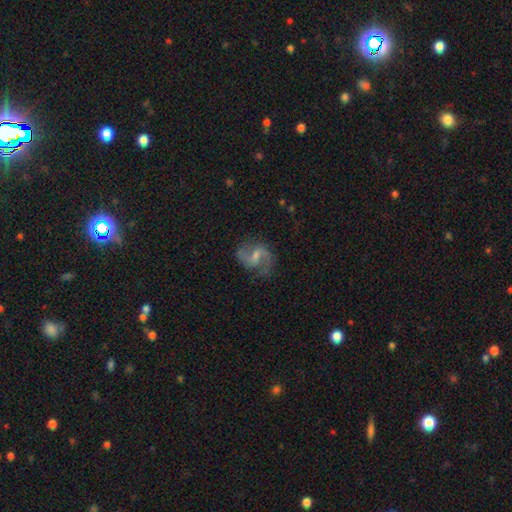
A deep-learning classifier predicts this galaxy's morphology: Smooth or featured?
  - featured or disk: 83% *
  - smooth: 9%
  - star or artifact: 7%
Edge-on disk?
  - no: 98% *
  - yes: 2%
Bar?
  - weak: 56% *
  - no: 24%
  - strong: 20%
Spiral arms?
  - yes: 96% *
  - no: 4%
Spiral winding?
  - medium: 49% *
  - loose: 40%
  - tight: 11%
Spiral arm count?
  - 2: 90% *
  - can't tell: 4%
  - 1: 2%
  - 3: 1%
  - 4: 1%
  - more than 4: 1%
Bulge size?
  - small: 50% *
  - moderate: 37%
  - none: 10%
  - large: 2%
  - dominant: 1%
Merging?
  - none: 75% *
  - minor disturbance: 16%
  - major disturbance: 8%
  - merger: 2%